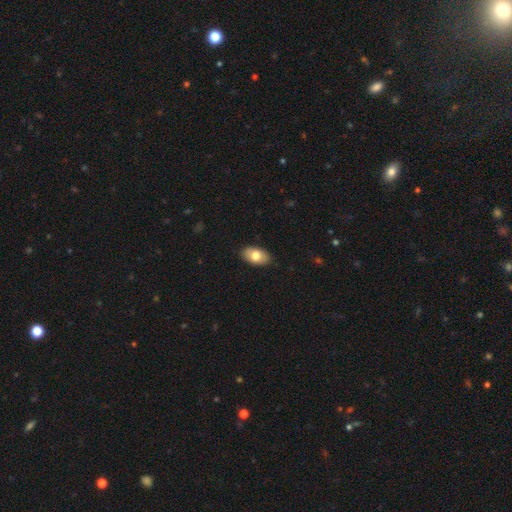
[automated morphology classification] A smooth galaxy with no disk features (76%) that is in between round and cigar-shaped (93%). Merging: none (88%).